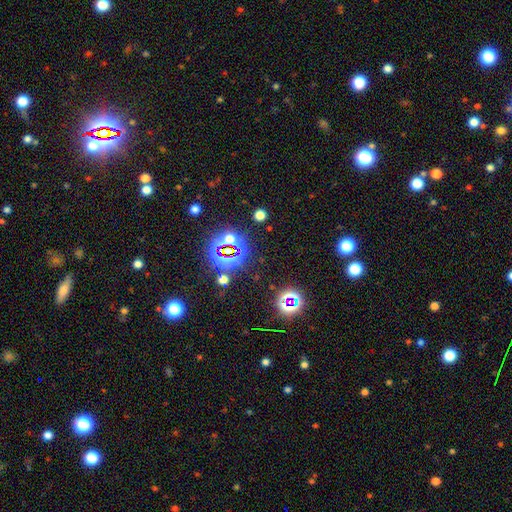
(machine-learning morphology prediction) Q: Smooth or featured?
A: star or artifact (81%); runner-up: smooth (12%)